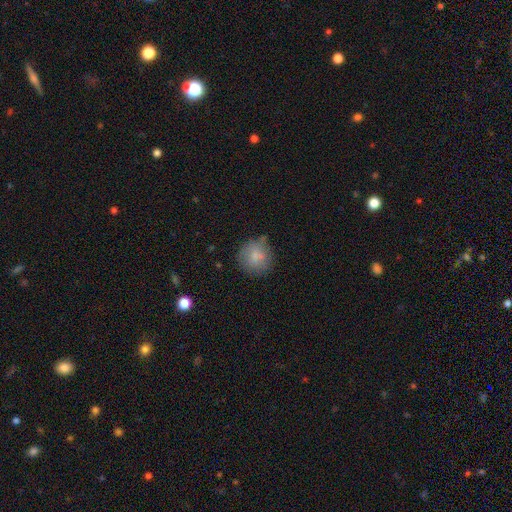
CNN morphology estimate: type=smooth (79%); roundness=round (92%); merging=none (69%).